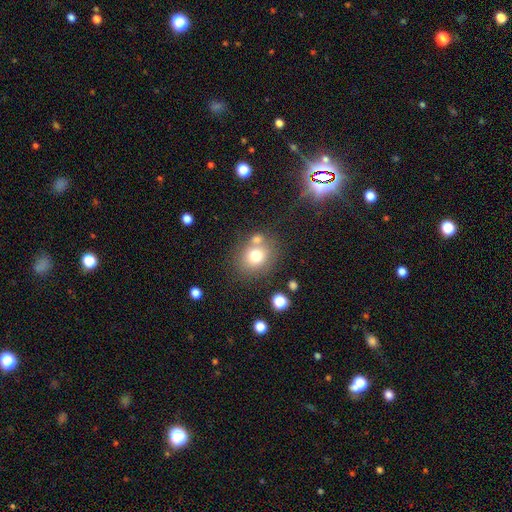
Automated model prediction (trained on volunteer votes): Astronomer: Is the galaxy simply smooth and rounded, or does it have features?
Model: smooth — 74%.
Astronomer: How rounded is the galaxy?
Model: round — 71%.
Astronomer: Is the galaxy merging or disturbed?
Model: none — 62%.